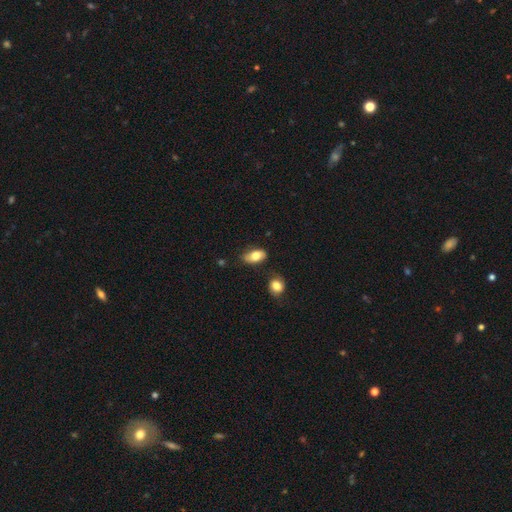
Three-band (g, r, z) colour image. It shows a smooth galaxy with no disk features (86%) that is in between round and cigar-shaped (94%). Merging: none (57%).